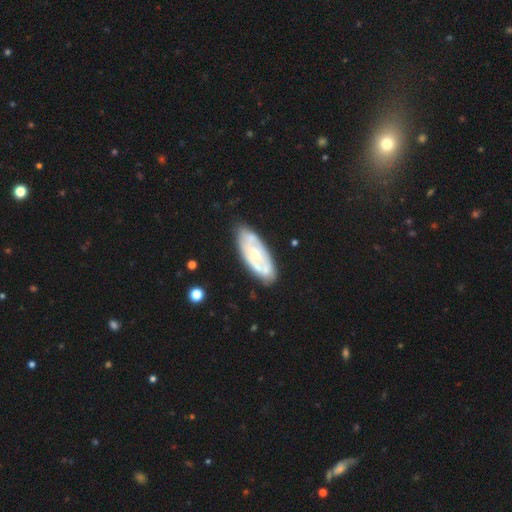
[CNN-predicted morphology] The model was most divided on "spiral arms": yes: 59%, no: 41%. More confident: edge-on disk — no (88%); bar — no (78%); merging — none (73%); smooth or featured — featured or disk (67%); bulge size — small (60%).